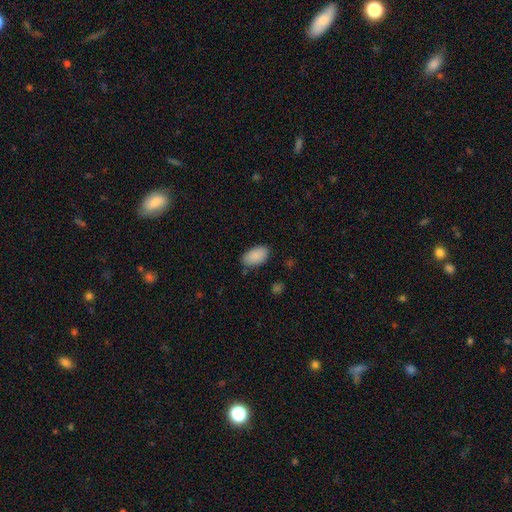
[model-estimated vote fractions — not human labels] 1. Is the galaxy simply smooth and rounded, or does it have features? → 89% smooth, 7% star or artifact, 4% featured or disk.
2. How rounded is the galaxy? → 94% in between, 4% round, 2% cigar-shaped.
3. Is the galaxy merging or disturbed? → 80% none, 15% minor disturbance, 3% major disturbance, 2% merger.